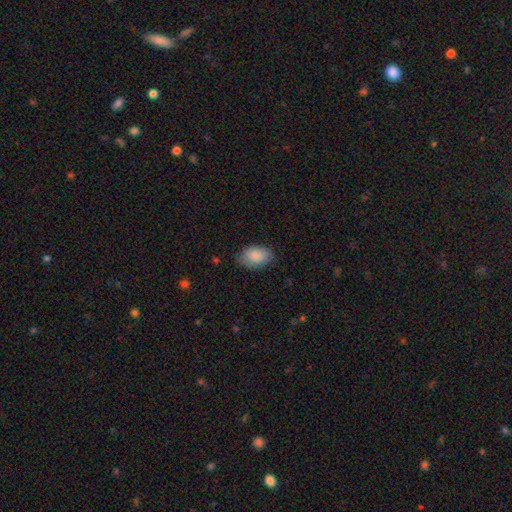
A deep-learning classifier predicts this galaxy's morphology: This is clearly a smooth galaxy (87%). How rounded: clearly in between (90%). Merging: likely none (80%).